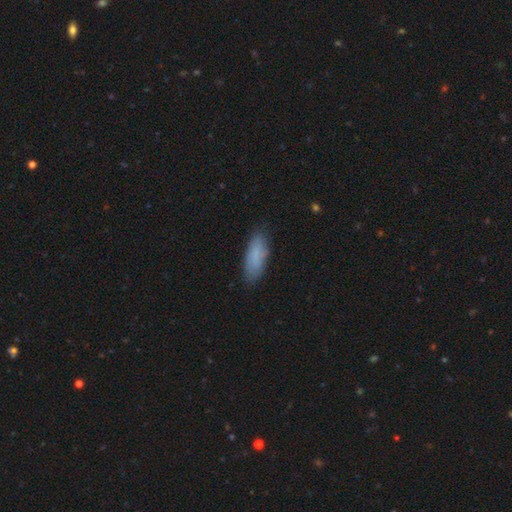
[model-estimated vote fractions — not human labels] This appears to be a smooth galaxy with no disk features (84%) that is in between round and cigar-shaped (65%). Merging: none (83%).